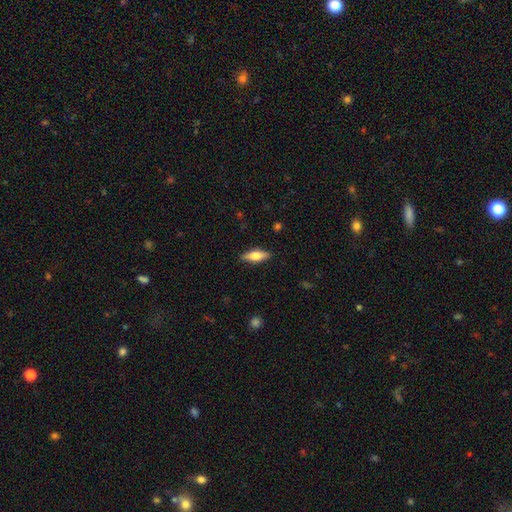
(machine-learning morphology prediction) smooth_or_featured: smooth (p=0.58) [alt: featured or disk p=0.35]
how_rounded: in between (p=0.60) [alt: cigar-shaped p=0.38]
merging: none (p=0.88) [alt: minor disturbance p=0.09]